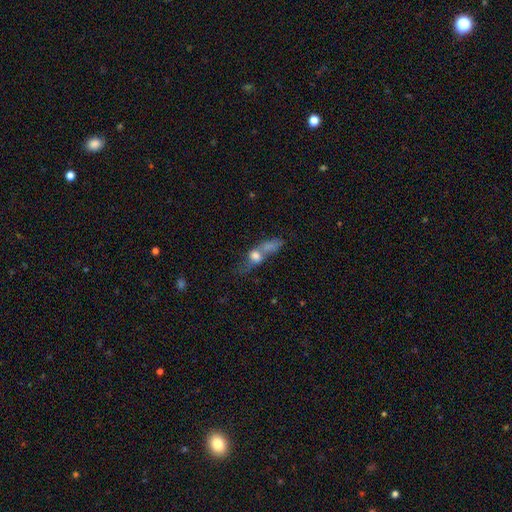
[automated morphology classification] A smooth galaxy with no disk features (59%) that is in between round and cigar-shaped (52%). Merging: merger (62%).